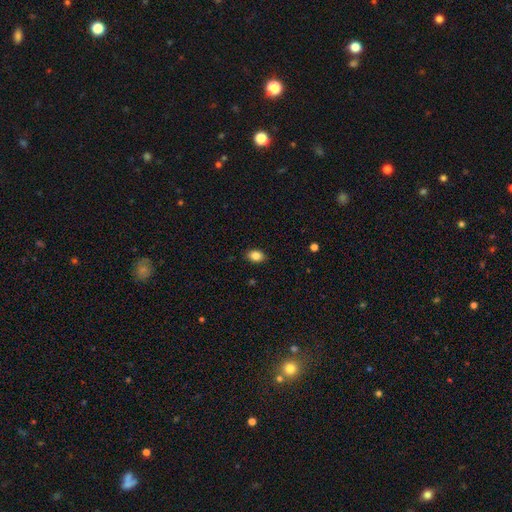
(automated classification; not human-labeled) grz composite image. It shows a smooth galaxy with no disk features (86%) that is in between round and cigar-shaped (73%). Merging: none (88%).